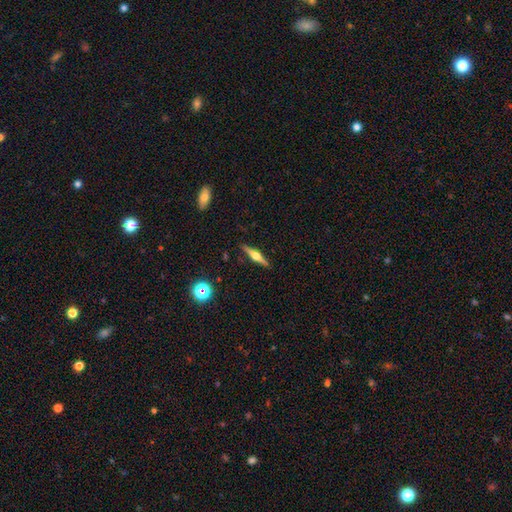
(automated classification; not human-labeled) The model was most divided on "smooth or featured": featured or disk: 76%, smooth: 18%, star or artifact: 6%. More confident: edge-on disk — yes (98%); edge-on bulge — rounded (93%); merging — none (90%).